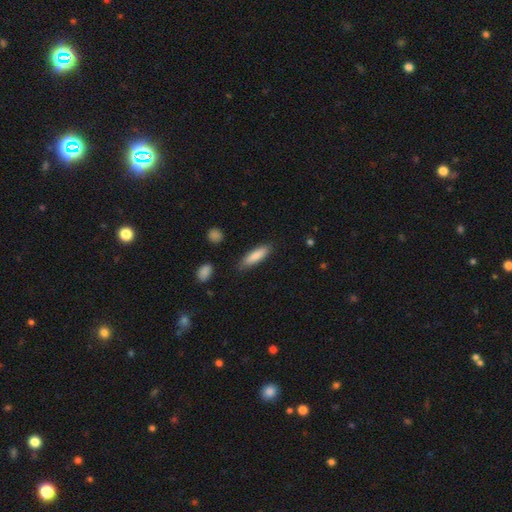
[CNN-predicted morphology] Smooth or featured?
  - smooth: 84% *
  - featured or disk: 10%
  - star or artifact: 6%
How rounded?
  - cigar-shaped: 60% *
  - in between: 38%
  - round: 2%
Merging?
  - none: 84% *
  - minor disturbance: 11%
  - major disturbance: 3%
  - merger: 2%